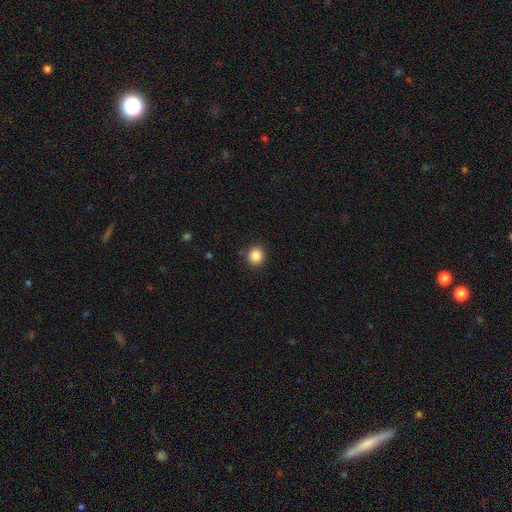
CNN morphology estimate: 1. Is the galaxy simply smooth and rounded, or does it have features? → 86% smooth, 10% star or artifact, 4% featured or disk.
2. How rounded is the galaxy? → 86% round, 13% in between, 1% cigar-shaped.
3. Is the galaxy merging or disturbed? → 88% none, 8% minor disturbance, 2% major disturbance, 2% merger.